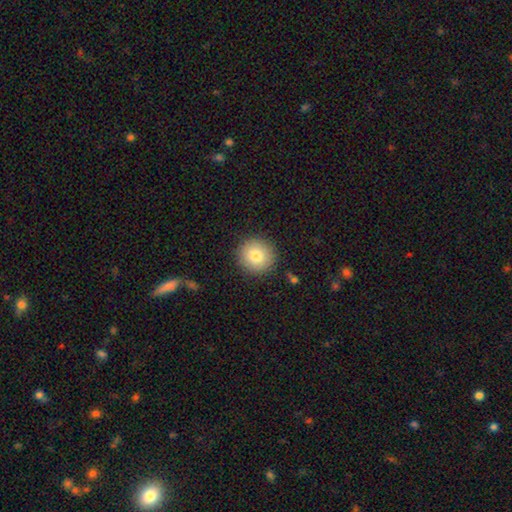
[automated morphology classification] type=smooth (81%); roundness=round (93%); merging=none (90%).